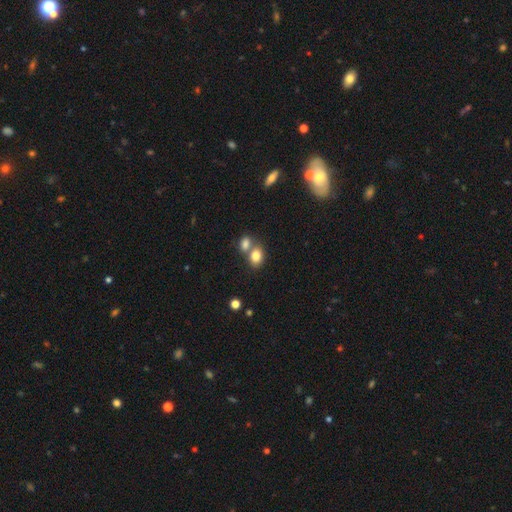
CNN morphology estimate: This is clearly a smooth galaxy (82%). How rounded: likely in between (64%). Merging: possibly merger (49%).